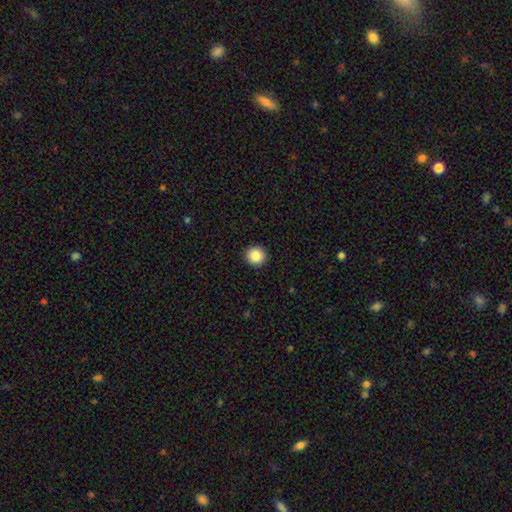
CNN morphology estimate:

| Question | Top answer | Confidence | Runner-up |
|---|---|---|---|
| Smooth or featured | smooth | 87% | star or artifact (9%) |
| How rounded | round | 93% | in between (6%) |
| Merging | none | 93% | minor disturbance (4%) |